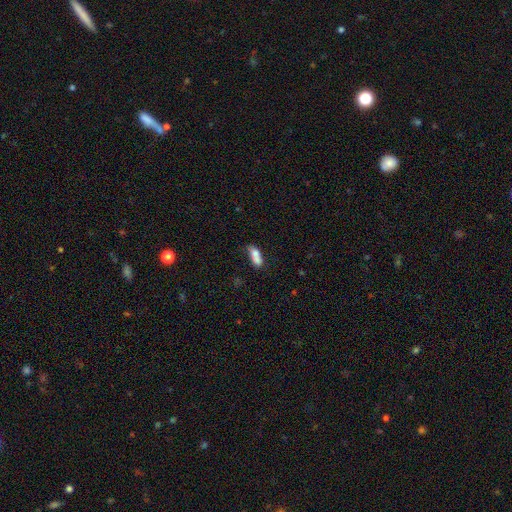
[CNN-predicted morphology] smooth 70%, featured or disk 21%, star or artifact 9%. Down the decision tree: how rounded — in between (74%); merging — merger (56%).